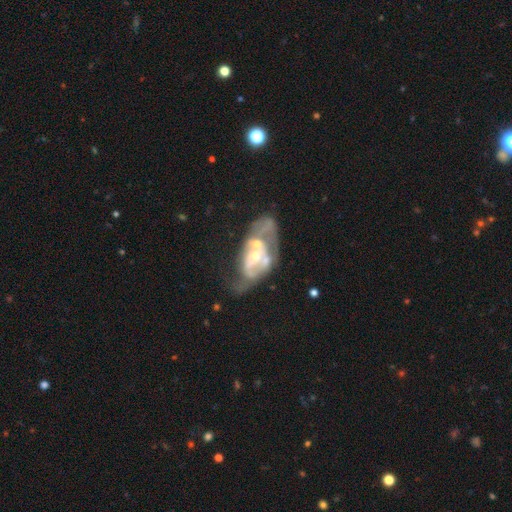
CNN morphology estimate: This appears to be a featured or disk galaxy (72%) with no bar (76%), no spiral arms (62%) and a moderate central bulge (45%). Merging: merger (38%).